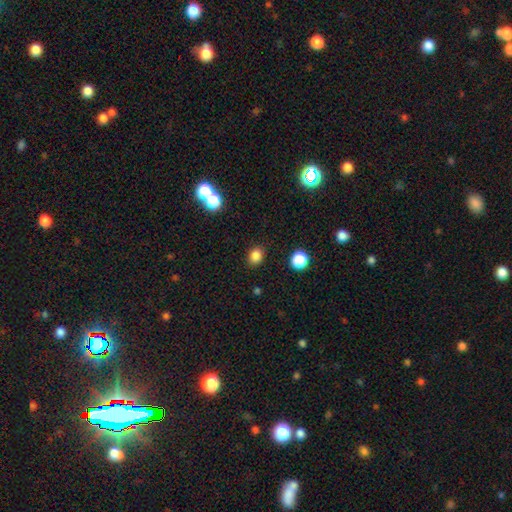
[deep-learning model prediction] smooth_or_featured: smooth (p=0.83) [alt: star or artifact p=0.13]
how_rounded: round (p=0.57) [alt: in between p=0.42]
merging: none (p=0.86) [alt: minor disturbance p=0.09]